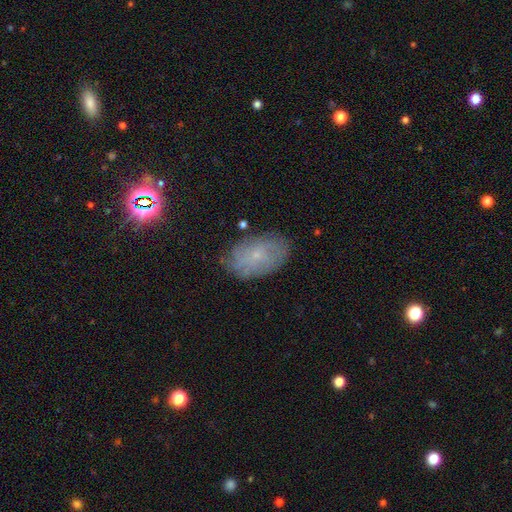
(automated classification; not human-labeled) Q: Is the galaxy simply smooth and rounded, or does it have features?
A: smooth — 44%.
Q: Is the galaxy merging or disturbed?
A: none — 78%.